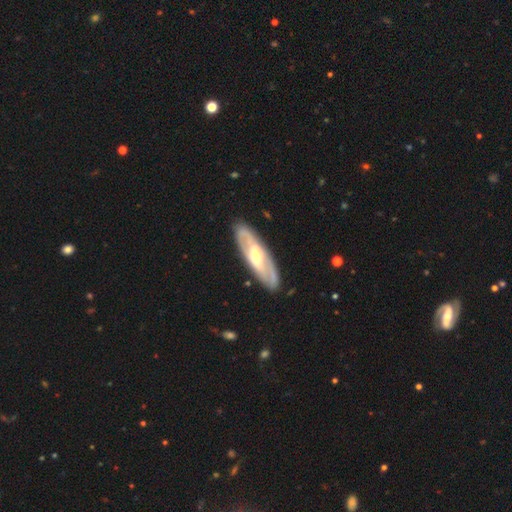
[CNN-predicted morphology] A featured or disk galaxy (71%) with a weak bar (42%), spiral arms (66%) and a moderate central bulge (62%).

Vote fractions:
- Smooth or featured? featured or disk: 71% / smooth: 25% / star or artifact: 5%
- Edge-on disk? no: 77% / yes: 23%
- Bar? weak: 42% / no: 30% / strong: 28%
- Spiral arms? yes: 66% / no: 34%
- Bulge size? moderate: 62% / large: 18% / small: 17% / none: 2% / dominant: 1%
- Merging? none: 87% / minor disturbance: 9% / major disturbance: 3% / merger: 1%